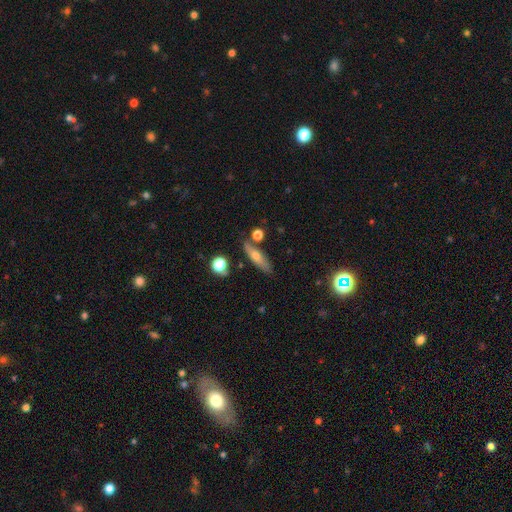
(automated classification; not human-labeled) Q: Smooth or featured?
A: smooth (56%); runner-up: featured or disk (35%)
Q: How rounded?
A: cigar-shaped (63%); runner-up: in between (33%)
Q: Merging?
A: none (76%); runner-up: minor disturbance (14%)